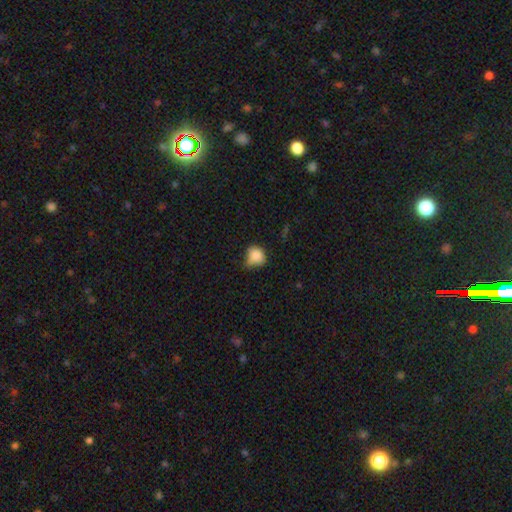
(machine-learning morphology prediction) A smooth galaxy with no disk features (82%) that is round (68%).

Vote fractions:
- Smooth or featured? smooth: 82% / star or artifact: 10% / featured or disk: 7%
- How rounded? round: 68% / in between: 31% / cigar-shaped: 1%
- Merging? none: 44% / minor disturbance: 41% / major disturbance: 11% / merger: 4%